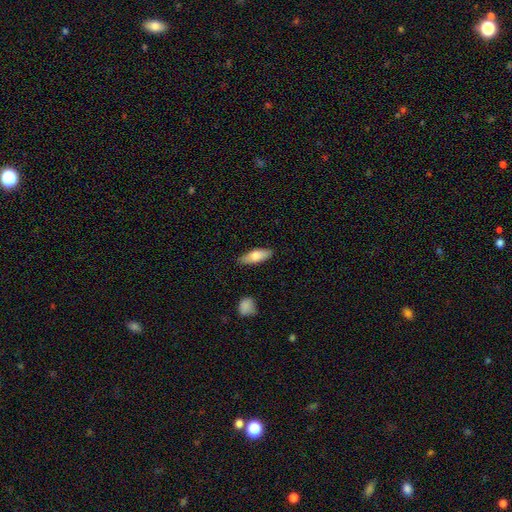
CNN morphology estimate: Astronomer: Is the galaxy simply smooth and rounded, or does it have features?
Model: smooth — 75%.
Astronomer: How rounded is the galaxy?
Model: in between — 70%.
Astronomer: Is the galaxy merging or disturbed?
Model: none — 84%.